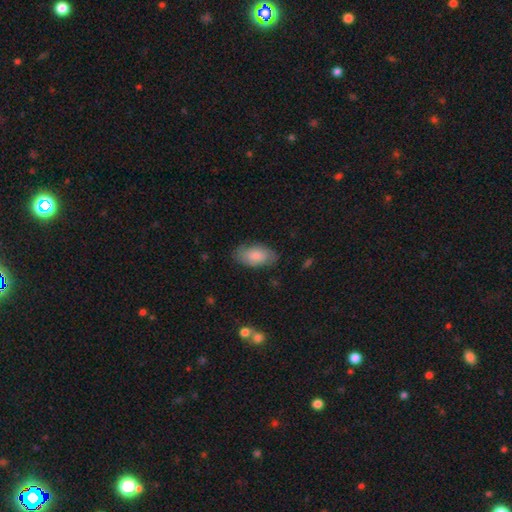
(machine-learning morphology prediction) smooth_or_featured: smooth (p=0.80) [alt: featured or disk p=0.14]
how_rounded: in between (p=0.94) [alt: round p=0.04]
merging: none (p=0.76) [alt: minor disturbance p=0.18]